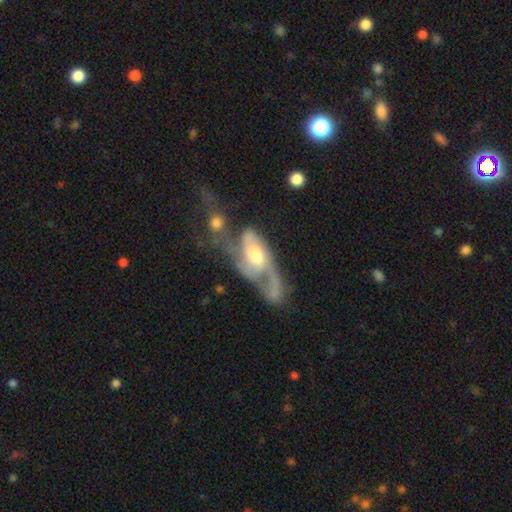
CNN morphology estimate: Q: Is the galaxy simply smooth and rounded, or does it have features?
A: featured or disk — 77%.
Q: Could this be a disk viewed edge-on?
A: no — 91%.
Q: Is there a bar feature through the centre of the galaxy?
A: no — 56%.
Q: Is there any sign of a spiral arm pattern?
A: yes — 85%.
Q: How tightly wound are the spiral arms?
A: medium — 42%.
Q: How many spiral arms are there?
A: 2 — 54%.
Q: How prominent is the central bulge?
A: moderate — 62%.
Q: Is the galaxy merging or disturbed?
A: major disturbance — 34%.